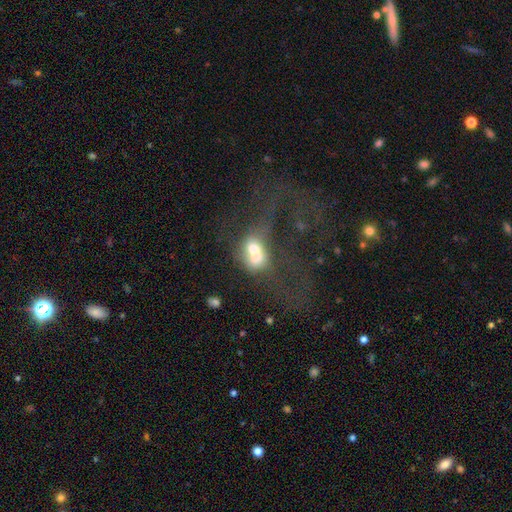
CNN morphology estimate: A smooth galaxy with no disk features (49%). Merging: merger (62%).